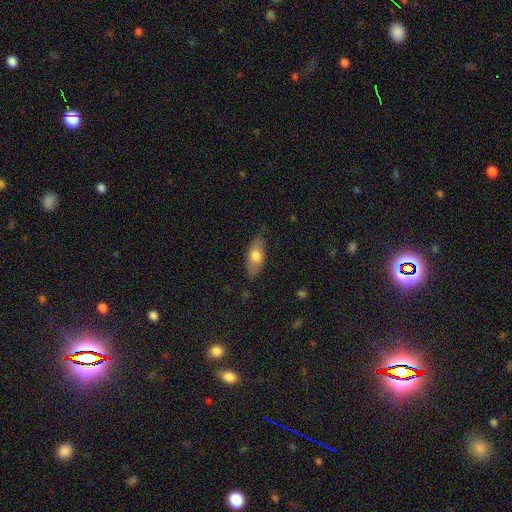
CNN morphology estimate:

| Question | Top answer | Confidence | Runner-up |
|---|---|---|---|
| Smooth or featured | smooth | 70% | featured or disk (24%) |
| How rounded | in between | 84% | cigar-shaped (12%) |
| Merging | none | 79% | minor disturbance (16%) |